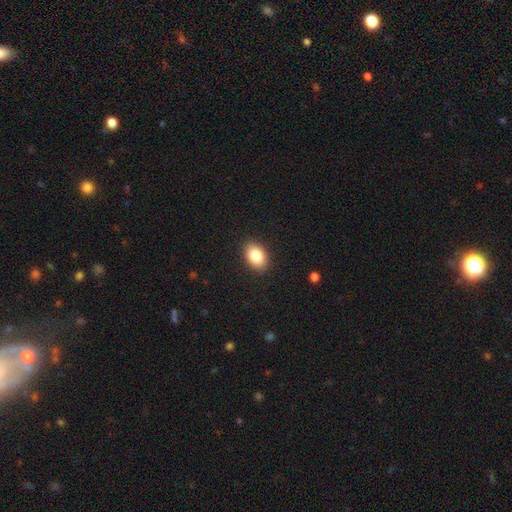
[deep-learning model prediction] This appears to be a smooth galaxy with no disk features (84%) that is in between round and cigar-shaped (86%). Merging: none (89%).